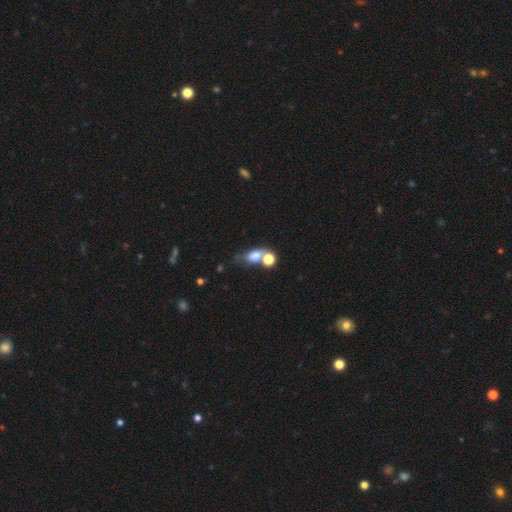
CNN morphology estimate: A smooth galaxy with no disk features (70%) that is in between round and cigar-shaped (62%). Merging: merger (42%).